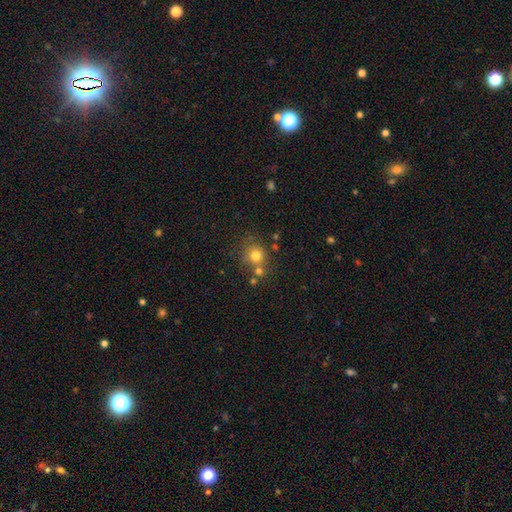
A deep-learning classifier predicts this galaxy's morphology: Overall: smooth (76%). How rounded: round (88%). Merging: none (65%).